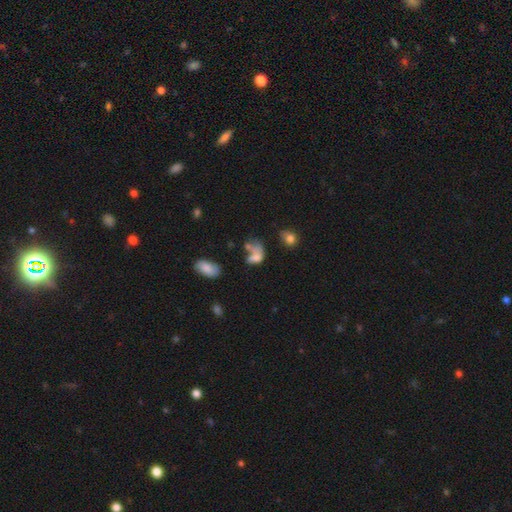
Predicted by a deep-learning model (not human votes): A smooth galaxy with no disk features (60%) that is in between round and cigar-shaped (80%). Merging: merger (32%).